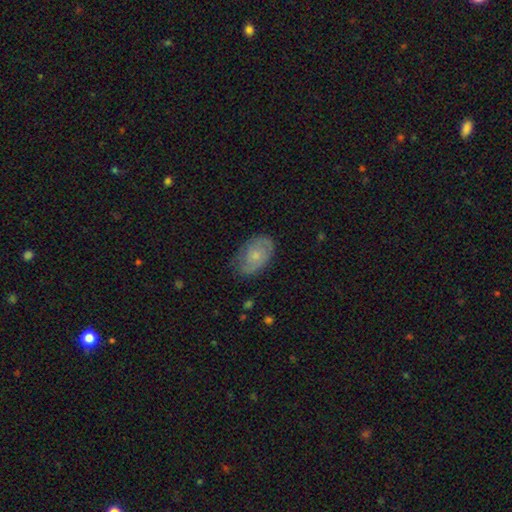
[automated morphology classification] Overall: featured or disk (52%; smooth 41%). Edge-on disk: no (96%). Merging: none (72%).